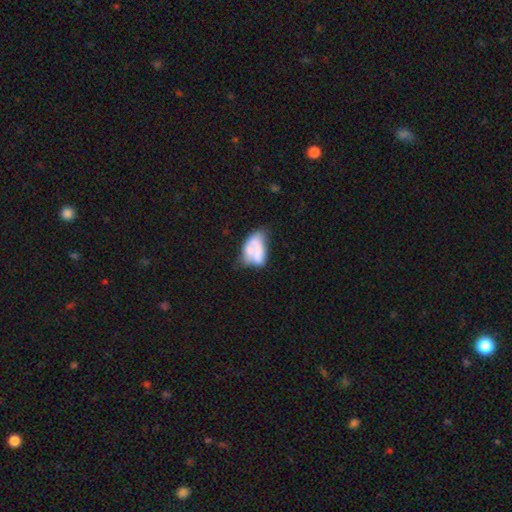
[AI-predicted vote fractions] Smooth or featured?
  - smooth: 54% *
  - featured or disk: 38%
  - star or artifact: 8%
How rounded?
  - in between: 90% *
  - round: 7%
  - cigar-shaped: 3%
Merging?
  - minor disturbance: 28% *
  - none: 27%
  - merger: 26%
  - major disturbance: 19%